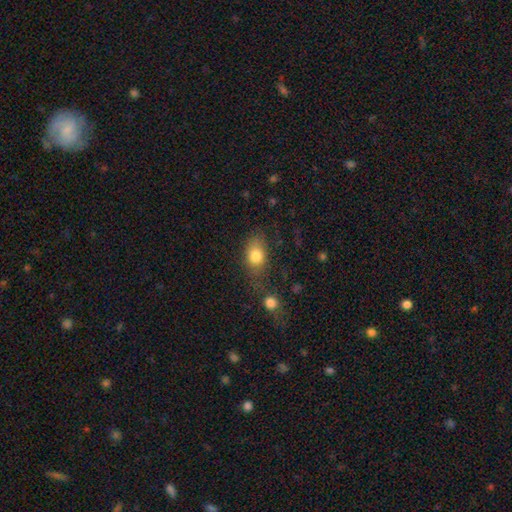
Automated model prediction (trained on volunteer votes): Smooth or featured: smooth — 81% (featured or disk — 10%)
How rounded: in between — 75% (round — 22%)
Merging: none — 58% (minor disturbance — 21%)